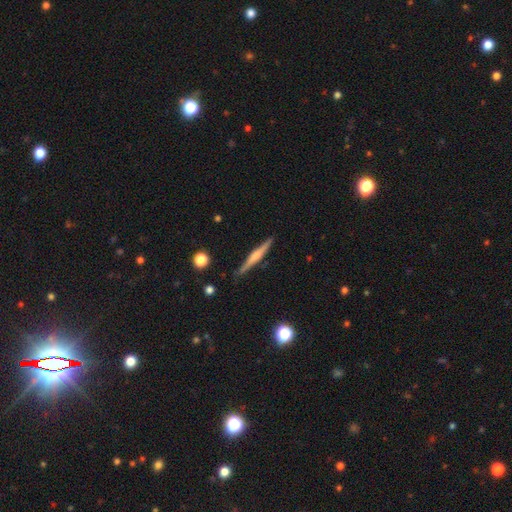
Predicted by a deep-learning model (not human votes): Smooth or featured: featured or disk — 59% (smooth — 35%)
Edge-on disk: yes — 97% (no — 3%)
Edge-on bulge: rounded — 58% (none — 23%)
Merging: none — 88% (minor disturbance — 9%)